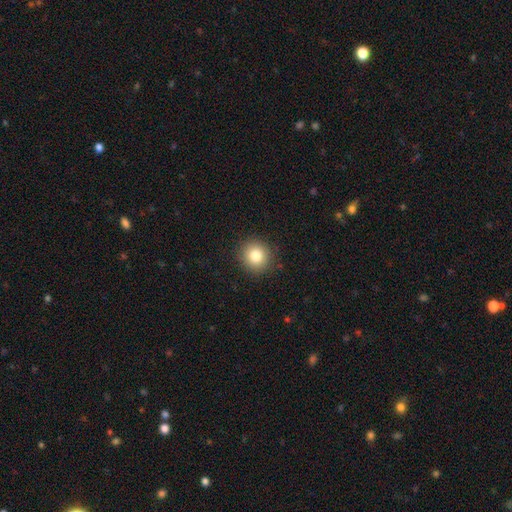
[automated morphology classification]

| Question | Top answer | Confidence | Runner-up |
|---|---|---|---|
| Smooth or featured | smooth | 82% | star or artifact (11%) |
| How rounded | round | 89% | in between (10%) |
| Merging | none | 90% | minor disturbance (7%) |